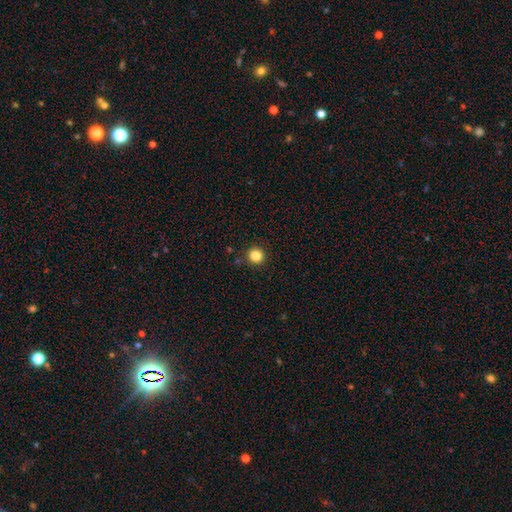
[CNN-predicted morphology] Smooth or featured? smooth (85%)
How rounded? round (93%)
Merging? none (90%)